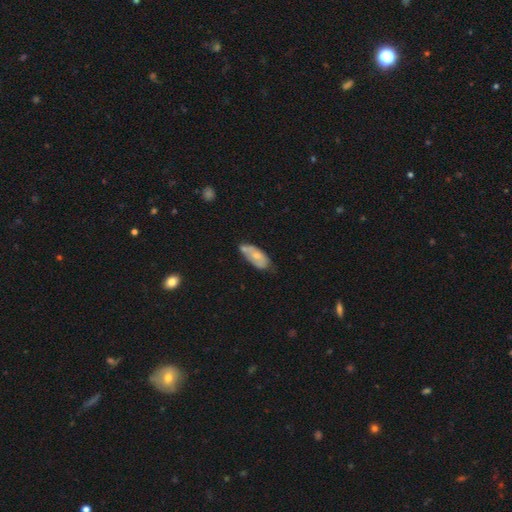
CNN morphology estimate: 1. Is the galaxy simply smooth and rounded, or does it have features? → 58% smooth, 35% featured or disk, 7% star or artifact.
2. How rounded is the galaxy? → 85% in between, 12% cigar-shaped, 3% round.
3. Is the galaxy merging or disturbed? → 44% none, 32% minor disturbance, 16% merger, 8% major disturbance.